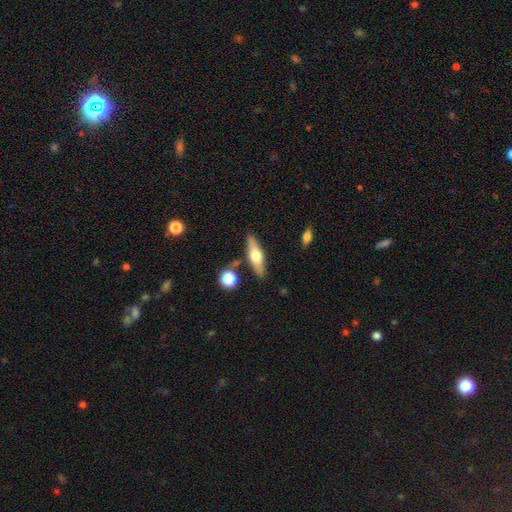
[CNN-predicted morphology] type=smooth (48%); merging=none (82%).